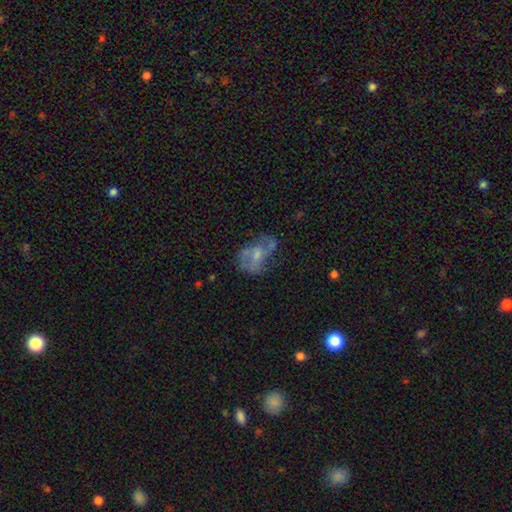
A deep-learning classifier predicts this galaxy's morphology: Smooth or featured? featured or disk (58%)
Edge-on disk? no (97%)
Bar? no (62%)
Spiral arms? no (54%)
Bulge size? small (40%)
Merging? none (41%)